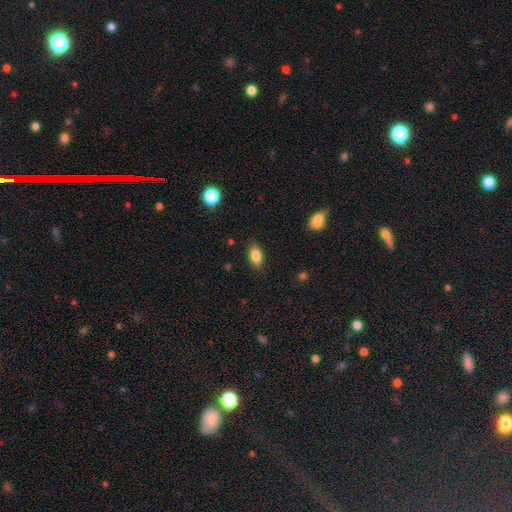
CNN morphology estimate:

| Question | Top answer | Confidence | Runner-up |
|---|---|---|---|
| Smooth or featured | smooth | 85% | star or artifact (8%) |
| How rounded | in between | 89% | round (6%) |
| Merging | none | 86% | minor disturbance (10%) |